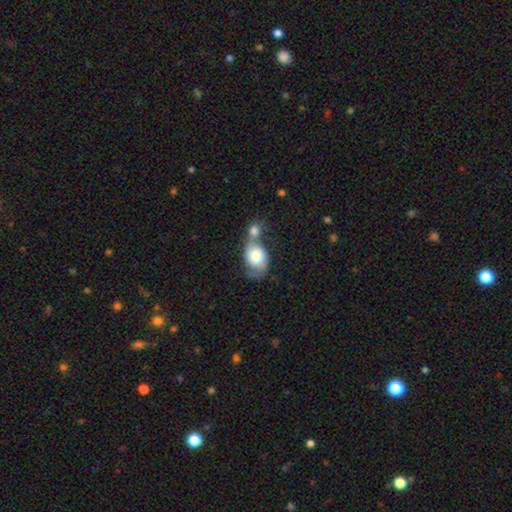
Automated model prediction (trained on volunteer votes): Smooth or featured?
  - smooth: 68% *
  - featured or disk: 26%
  - star or artifact: 6%
How rounded?
  - in between: 68% *
  - round: 31%
  - cigar-shaped: 1%
Merging?
  - merger: 63% *
  - none: 18%
  - minor disturbance: 11%
  - major disturbance: 9%